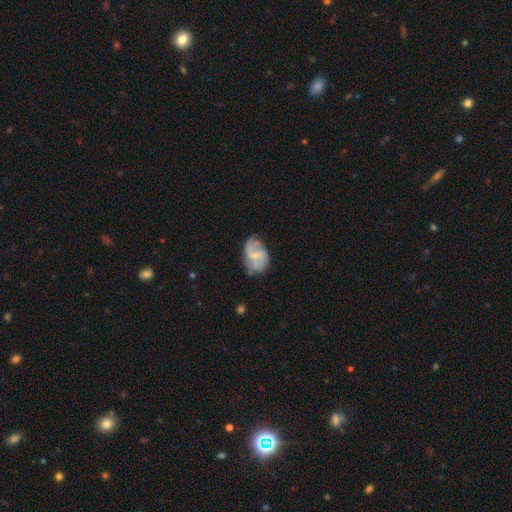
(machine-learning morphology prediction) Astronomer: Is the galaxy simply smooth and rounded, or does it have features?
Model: featured or disk — 59%.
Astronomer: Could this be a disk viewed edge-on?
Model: no — 97%.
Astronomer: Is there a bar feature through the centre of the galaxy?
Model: weak — 51% (runner-up: no, 36%).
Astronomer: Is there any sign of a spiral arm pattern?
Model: yes — 75%.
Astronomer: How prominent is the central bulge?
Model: small — 54%.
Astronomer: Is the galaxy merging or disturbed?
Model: none — 47% (runner-up: minor disturbance, 33%).